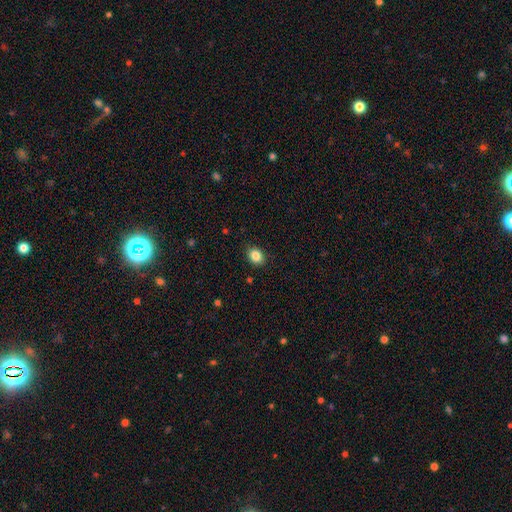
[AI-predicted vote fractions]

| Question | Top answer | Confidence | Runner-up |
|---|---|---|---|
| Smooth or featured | smooth | 86% | star or artifact (9%) |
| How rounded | in between | 57% | round (42%) |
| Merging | none | 88% | minor disturbance (8%) |